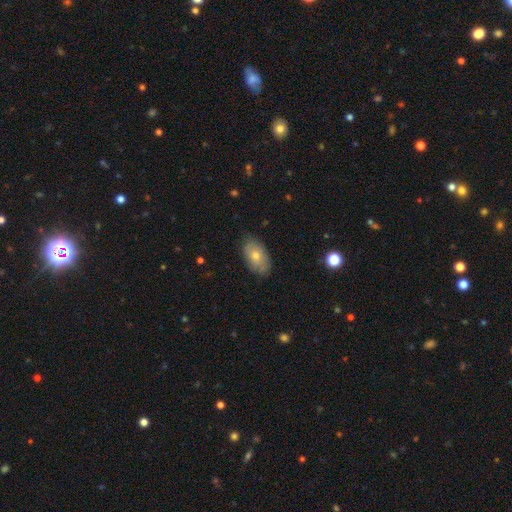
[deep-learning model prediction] Smooth or featured? Predicted: smooth (p=0.62). How rounded? Predicted: in between (p=0.92). Merging? Predicted: none (p=0.80).